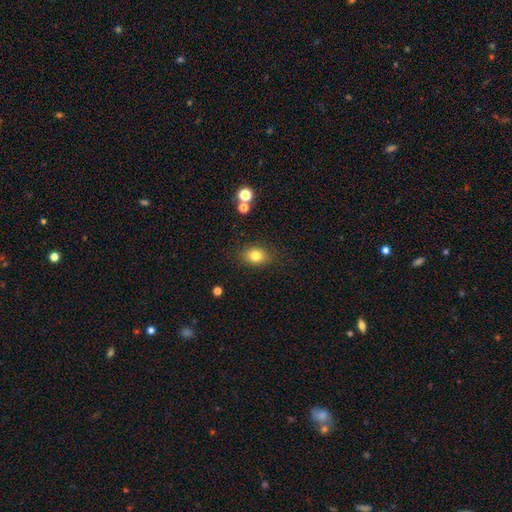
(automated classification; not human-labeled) Smooth or featured?
  - smooth: 80% *
  - star or artifact: 11%
  - featured or disk: 9%
How rounded?
  - in between: 62% *
  - round: 37%
  - cigar-shaped: 1%
Merging?
  - none: 83% *
  - minor disturbance: 11%
  - major disturbance: 3%
  - merger: 2%